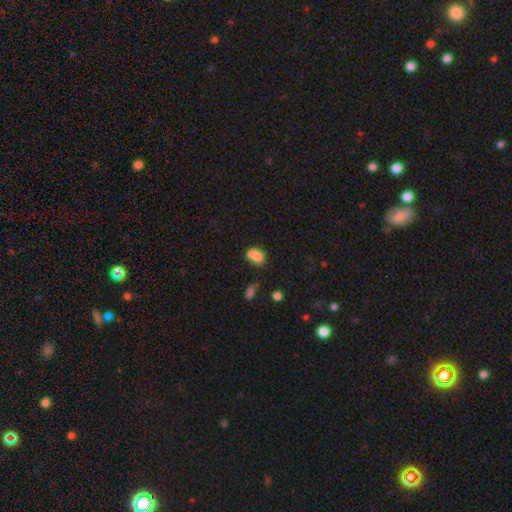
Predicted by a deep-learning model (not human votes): The model was most divided on "how rounded": in between: 53%, round: 46%, cigar-shaped: 1%. More confident: smooth or featured — smooth (72%); merging — merger (61%).